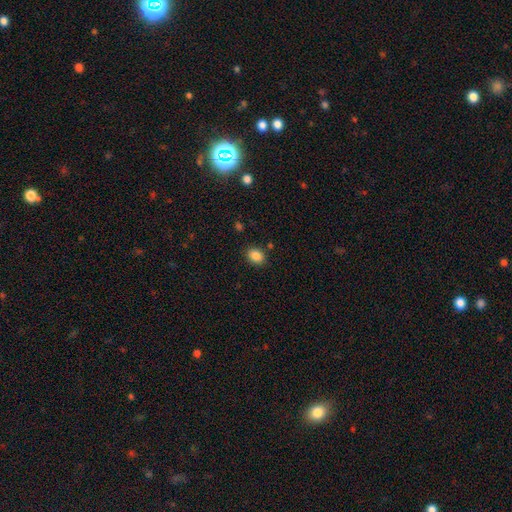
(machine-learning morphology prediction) Q: Smooth or featured?
A: smooth (86%); runner-up: star or artifact (9%)
Q: How rounded?
A: in between (62%); runner-up: round (37%)
Q: Merging?
A: none (85%); runner-up: minor disturbance (9%)